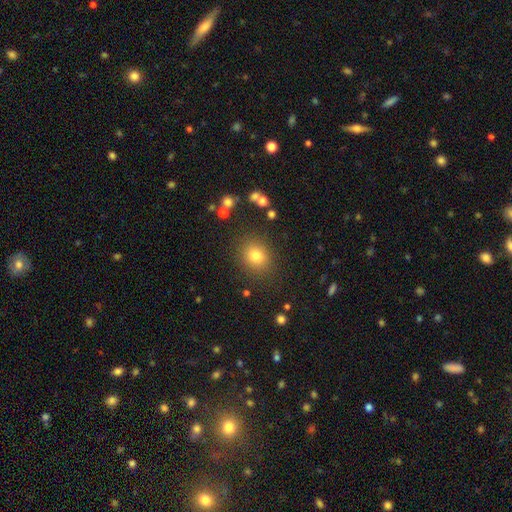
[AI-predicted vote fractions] smooth-or-featured: smooth: 79% | star or artifact: 13% | featured or disk: 7%
  how-rounded: round: 72% | in between: 27% | cigar-shaped: 1%
  merging: none: 86% | minor disturbance: 9% | major disturbance: 3% | merger: 2%